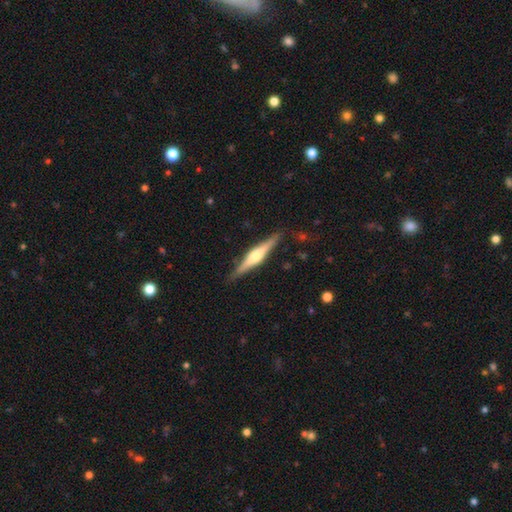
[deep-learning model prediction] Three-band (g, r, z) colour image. It shows a featured or disk galaxy (71%) viewed edge-on (98%) with a rounded central bulge (88%). Merging: none (88%).